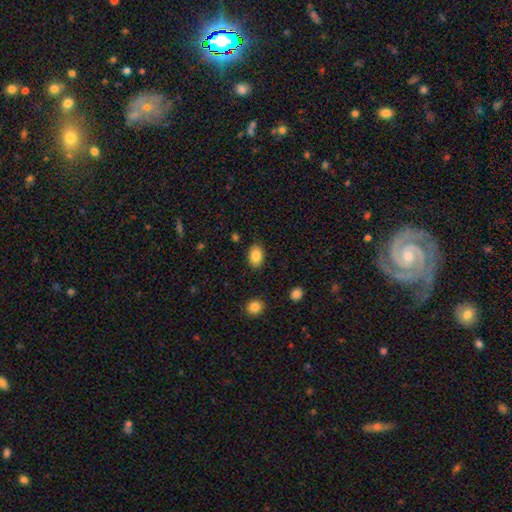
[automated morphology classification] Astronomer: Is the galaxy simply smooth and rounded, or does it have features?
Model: smooth — 85%.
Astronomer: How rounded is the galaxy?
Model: in between — 84%.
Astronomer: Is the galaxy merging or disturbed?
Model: none — 86%.